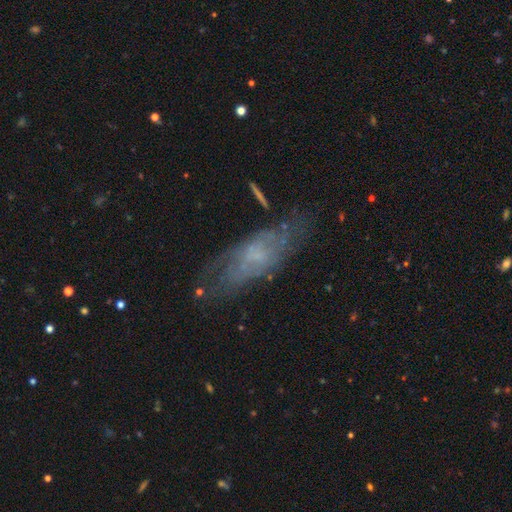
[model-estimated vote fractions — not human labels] featured or disk 55%, smooth 34%, star or artifact 11%. Down the decision tree: edge-on disk — no (77%); merging — none (66%).